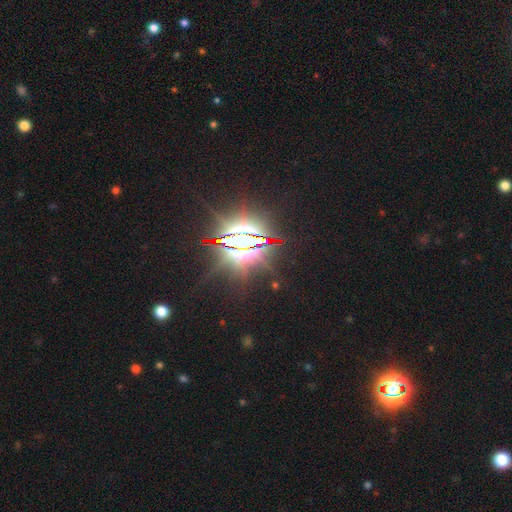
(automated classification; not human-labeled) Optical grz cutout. It shows a star or artifact, not a galaxy (82%).